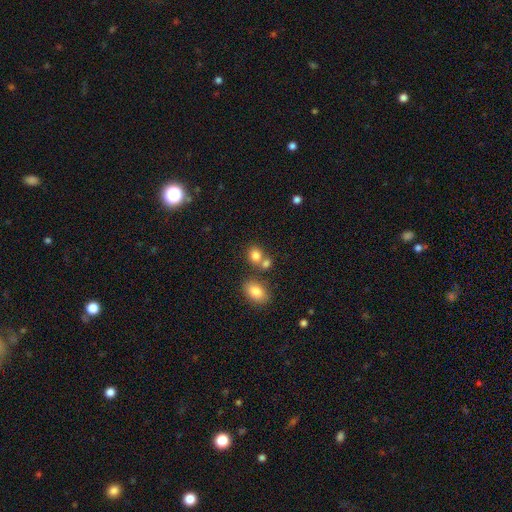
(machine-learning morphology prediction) A smooth galaxy with no disk features (82%) that is round (52%). Merging: none (51%).